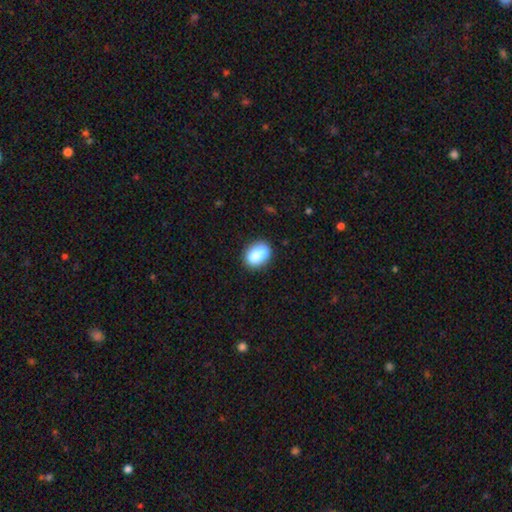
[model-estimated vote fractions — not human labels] Q: Smooth or featured?
A: smooth (76%); runner-up: featured or disk (16%)
Q: How rounded?
A: in between (78%); runner-up: round (19%)
Q: Merging?
A: none (54%); runner-up: merger (27%)